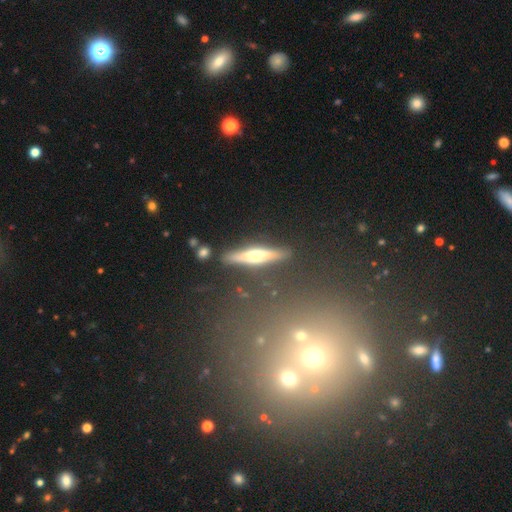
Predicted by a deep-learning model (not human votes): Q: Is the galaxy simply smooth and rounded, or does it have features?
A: featured or disk — 62%.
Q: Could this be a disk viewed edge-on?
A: yes — 92%.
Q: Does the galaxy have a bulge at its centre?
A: rounded — 88%.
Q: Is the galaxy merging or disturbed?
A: none — 81%.